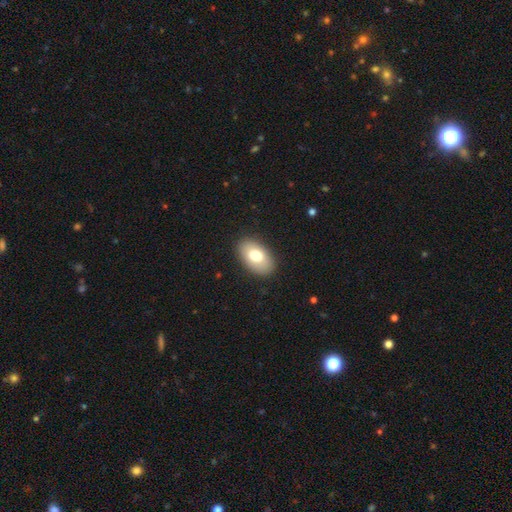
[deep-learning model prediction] Smooth or featured: smooth — 77% (featured or disk — 17%)
How rounded: in between — 93% (round — 5%)
Merging: none — 88% (minor disturbance — 8%)